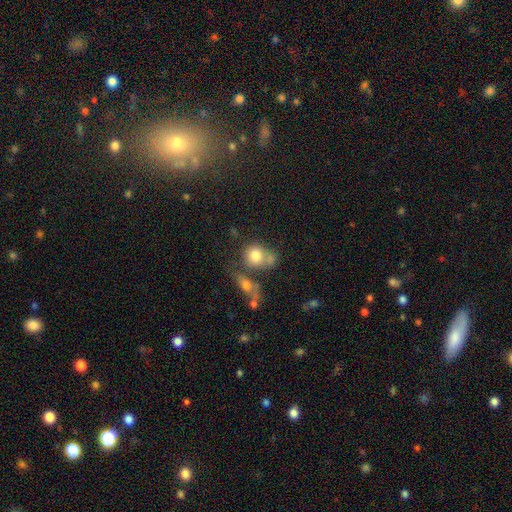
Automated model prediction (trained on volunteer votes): smooth 77%, featured or disk 14%, star or artifact 9%. Down the decision tree: how rounded — round (69%); merging — merger (39%).